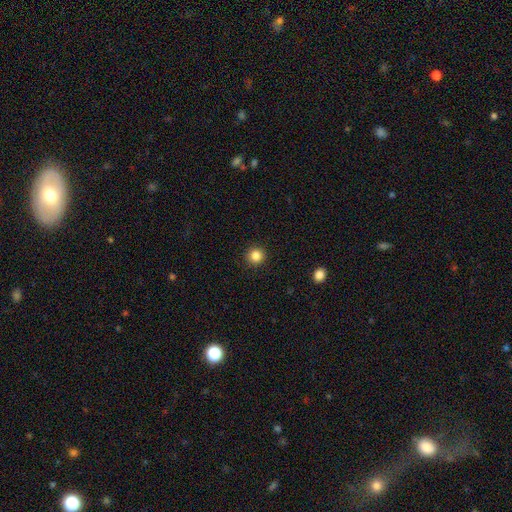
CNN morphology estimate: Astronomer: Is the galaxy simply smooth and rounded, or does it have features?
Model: smooth — 85%.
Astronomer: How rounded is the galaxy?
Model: round — 95%.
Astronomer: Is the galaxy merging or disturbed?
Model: none — 92%.